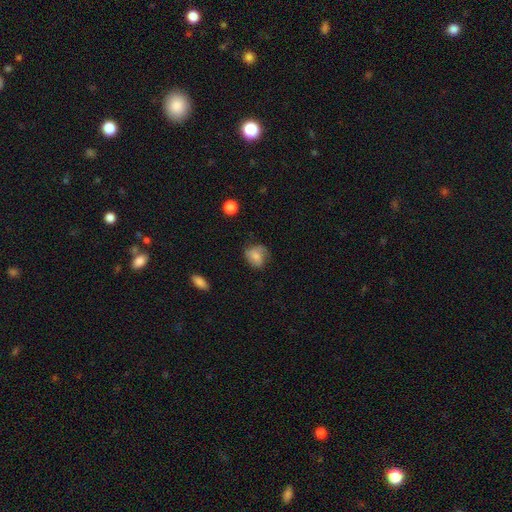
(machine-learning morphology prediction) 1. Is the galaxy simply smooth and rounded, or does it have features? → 62% smooth, 29% featured or disk, 8% star or artifact.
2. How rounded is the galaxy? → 58% round, 40% in between, 1% cigar-shaped.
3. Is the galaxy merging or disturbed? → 54% none, 29% minor disturbance, 15% major disturbance, 2% merger.